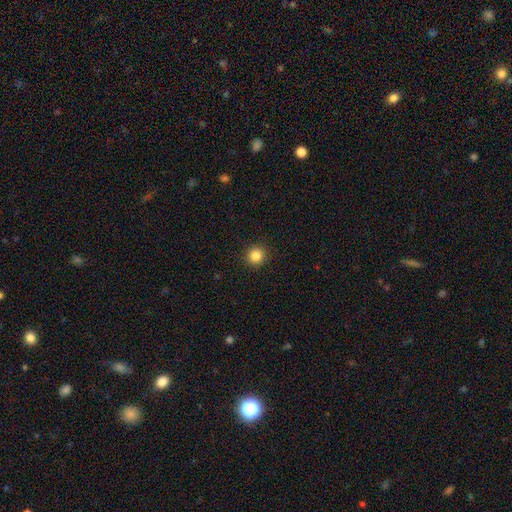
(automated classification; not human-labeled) Smooth or featured?
  - smooth: 85% *
  - star or artifact: 11%
  - featured or disk: 4%
How rounded?
  - round: 94% *
  - in between: 5%
  - cigar-shaped: 1%
Merging?
  - none: 92% *
  - minor disturbance: 5%
  - major disturbance: 2%
  - merger: 1%